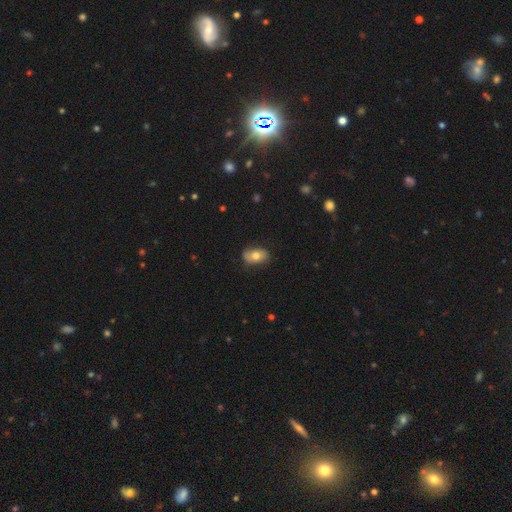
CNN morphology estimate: smooth_or_featured: smooth (p=0.67) [alt: featured or disk p=0.25]
how_rounded: in between (p=0.87) [alt: round p=0.12]
merging: none (p=0.76) [alt: minor disturbance p=0.19]